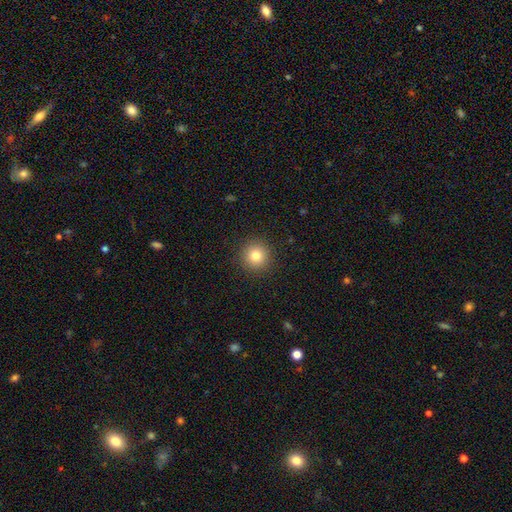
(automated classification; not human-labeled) Smooth or featured? smooth (81%)
How rounded? round (95%)
Merging? none (92%)